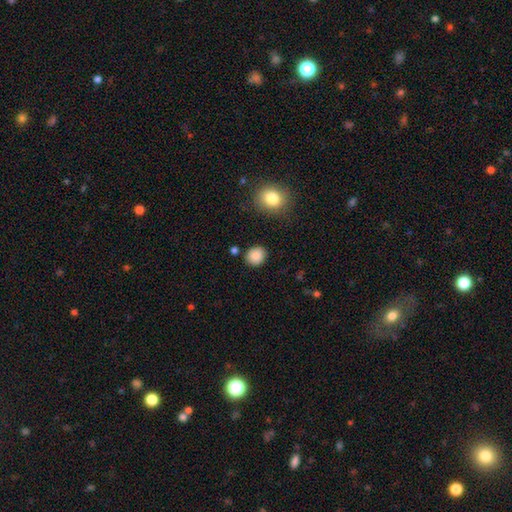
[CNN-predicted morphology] A smooth galaxy with no disk features (87%) that is round (72%).

Vote fractions:
- Smooth or featured? smooth: 87% / star or artifact: 9% / featured or disk: 4%
- How rounded? round: 72% / in between: 27% / cigar-shaped: 1%
- Merging? none: 86% / minor disturbance: 8% / merger: 3% / major disturbance: 3%